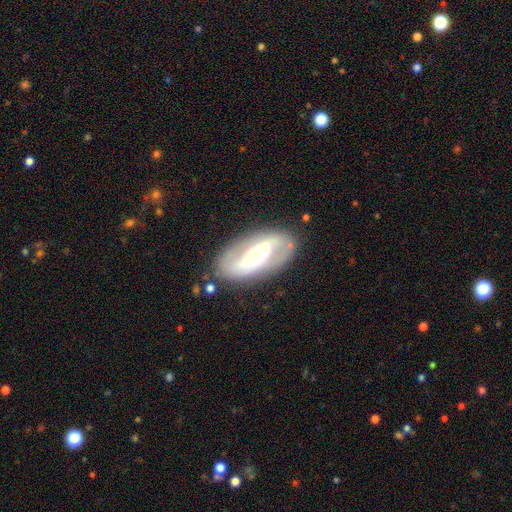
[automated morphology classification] Q: Smooth or featured?
A: featured or disk (75%); runner-up: smooth (20%)
Q: Edge-on disk?
A: no (91%); runner-up: yes (9%)
Q: Bar?
A: strong (54%); runner-up: weak (28%)
Q: Spiral arms?
A: yes (69%); runner-up: no (31%)
Q: Bulge size?
A: moderate (56%); runner-up: small (28%)
Q: Merging?
A: none (80%); runner-up: minor disturbance (13%)